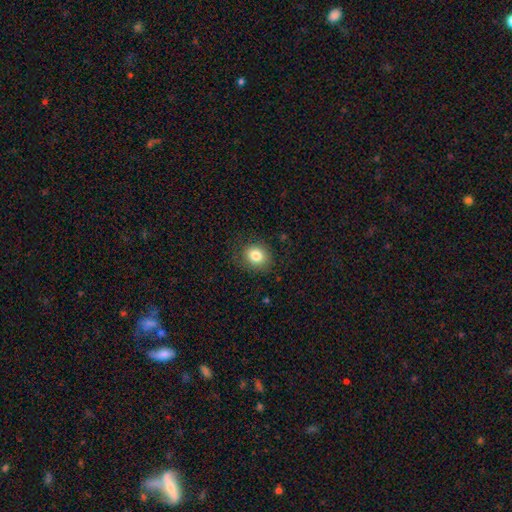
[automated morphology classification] Smooth or featured: smooth — 82% (star or artifact — 10%)
How rounded: round — 73% (in between — 27%)
Merging: none — 82% (minor disturbance — 13%)